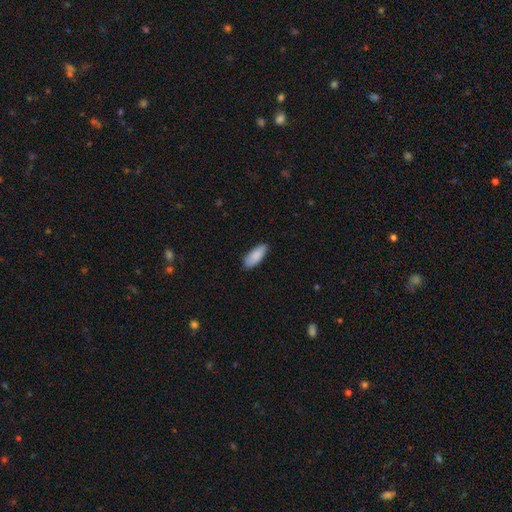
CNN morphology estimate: smooth_or_featured: smooth (p=0.87) [alt: featured or disk p=0.07]
how_rounded: in between (p=0.79) [alt: cigar-shaped p=0.20]
merging: none (p=0.83) [alt: minor disturbance p=0.13]